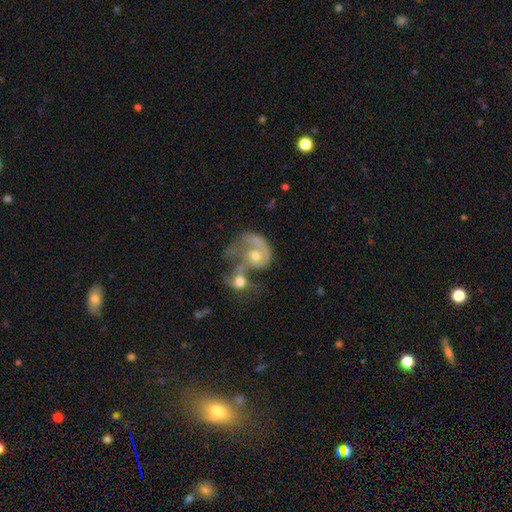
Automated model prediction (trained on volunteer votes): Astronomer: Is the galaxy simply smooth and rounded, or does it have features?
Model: featured or disk — 66%.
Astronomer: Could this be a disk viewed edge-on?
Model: no — 97%.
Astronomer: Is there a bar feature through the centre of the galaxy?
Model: no — 80%.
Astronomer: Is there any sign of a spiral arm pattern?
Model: yes — 65%.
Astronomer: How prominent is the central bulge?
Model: moderate — 69%.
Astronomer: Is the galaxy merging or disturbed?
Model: merger — 68%.